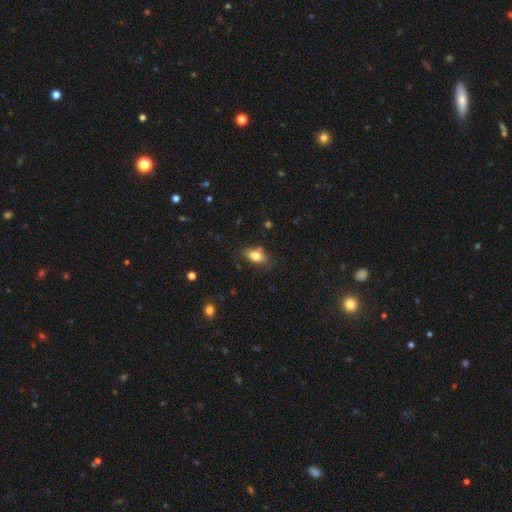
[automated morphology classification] The model was most divided on "merging": none: 72%, minor disturbance: 20%, major disturbance: 4%, merger: 4%. More confident: how rounded — in between (86%); smooth or featured — smooth (79%).